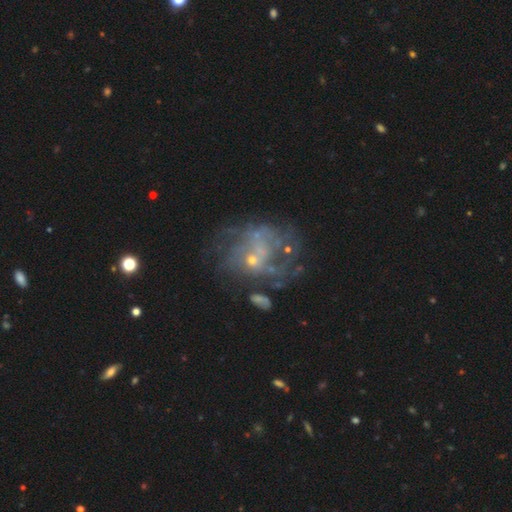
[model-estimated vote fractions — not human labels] A featured or disk galaxy (70%) with no bar (80%), no spiral arms (51%) and a small central bulge (58%). Merging: none (42%).